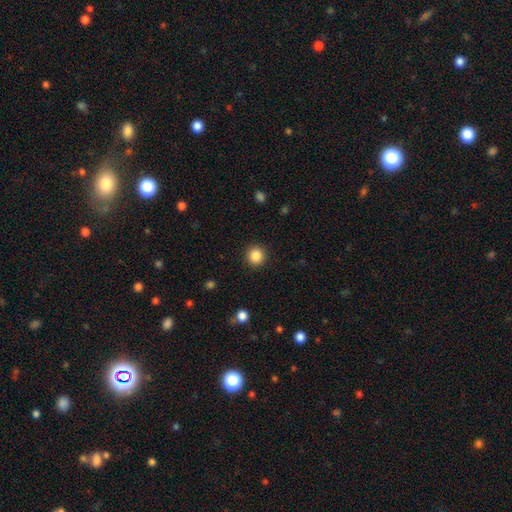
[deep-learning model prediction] Smooth or featured? Predicted: smooth (p=0.86). How rounded? Predicted: round (p=0.94). Merging? Predicted: none (p=0.92).